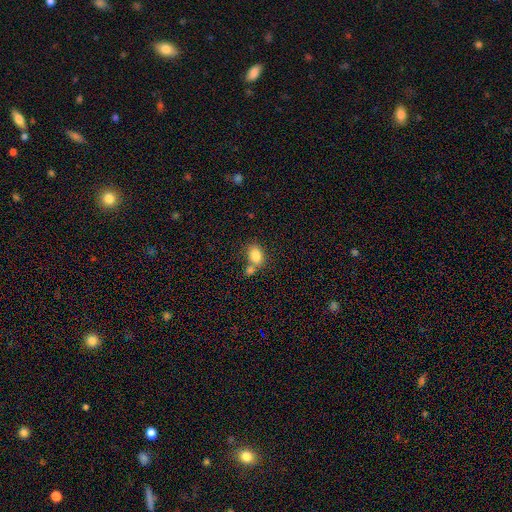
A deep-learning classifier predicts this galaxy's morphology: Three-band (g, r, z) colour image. It shows a smooth galaxy with no disk features (83%) that is in between round and cigar-shaped (76%). Merging: merger (43%).